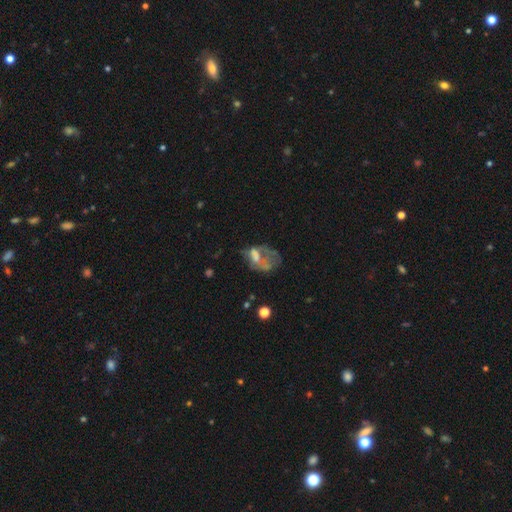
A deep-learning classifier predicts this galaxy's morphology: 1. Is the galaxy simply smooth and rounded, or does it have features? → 50% featured or disk, 32% smooth, 17% star or artifact.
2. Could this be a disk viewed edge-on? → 96% no, 4% yes.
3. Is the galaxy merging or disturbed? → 41% major disturbance, 27% none, 17% minor disturbance, 15% merger.